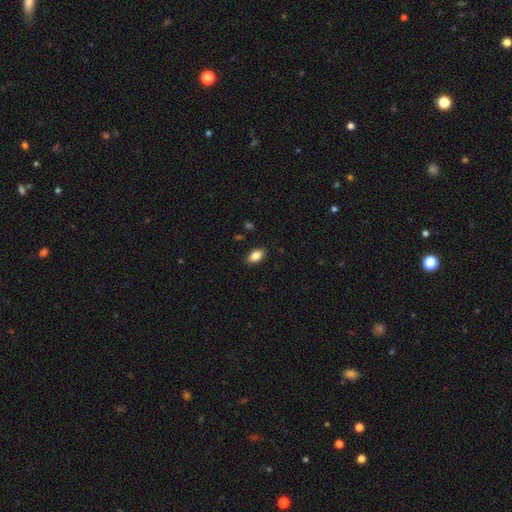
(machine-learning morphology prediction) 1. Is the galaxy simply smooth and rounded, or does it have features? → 84% smooth, 8% featured or disk, 8% star or artifact.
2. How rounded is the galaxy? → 91% in between, 6% round, 4% cigar-shaped.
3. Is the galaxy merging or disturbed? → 88% none, 9% minor disturbance, 2% major disturbance, 1% merger.